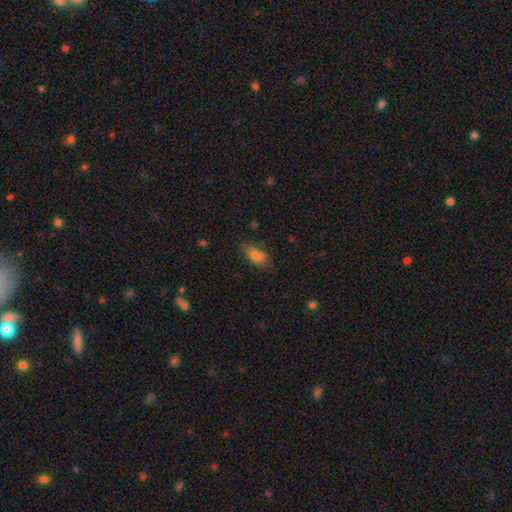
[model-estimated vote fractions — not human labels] Morphology: type=smooth (78%); roundness=in between (85%); merging=none (73%).